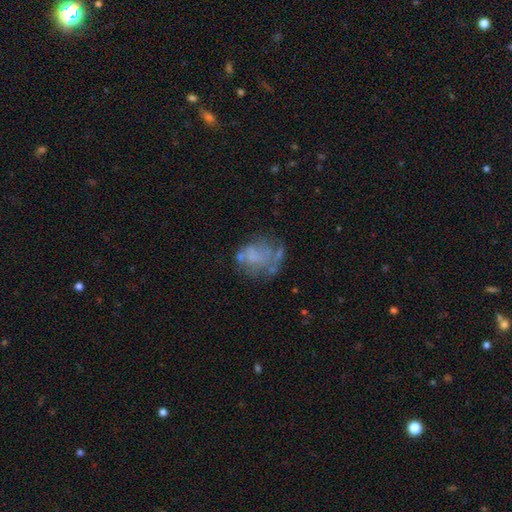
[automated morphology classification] Overall: featured or disk (49%; smooth 38%). Merging: none (35%; major disturbance 32%).